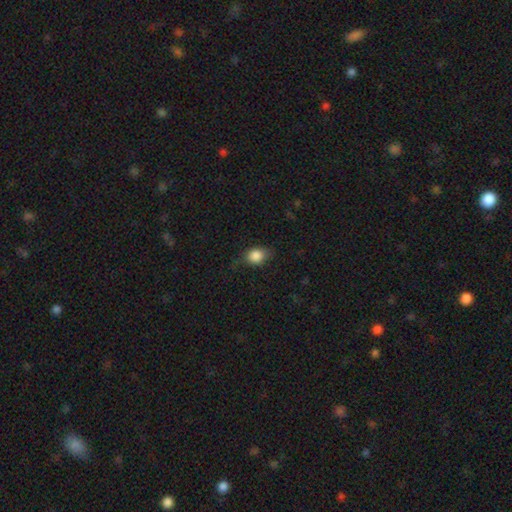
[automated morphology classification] A smooth galaxy with no disk features (83%) that is in between round and cigar-shaped (51%).

Vote fractions:
- Smooth or featured? smooth: 83% / star or artifact: 9% / featured or disk: 8%
- How rounded? in between: 51% / round: 47% / cigar-shaped: 2%
- Merging? none: 68% / minor disturbance: 24% / major disturbance: 7% / merger: 1%